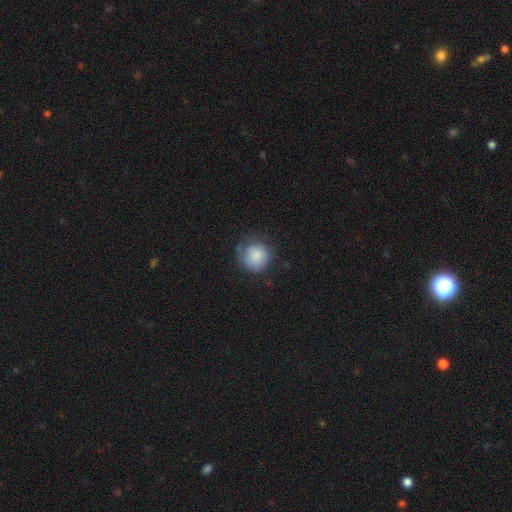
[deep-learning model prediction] Overall: smooth (81%). How rounded: round (87%). Merging: none (58%; minor disturbance 28%).